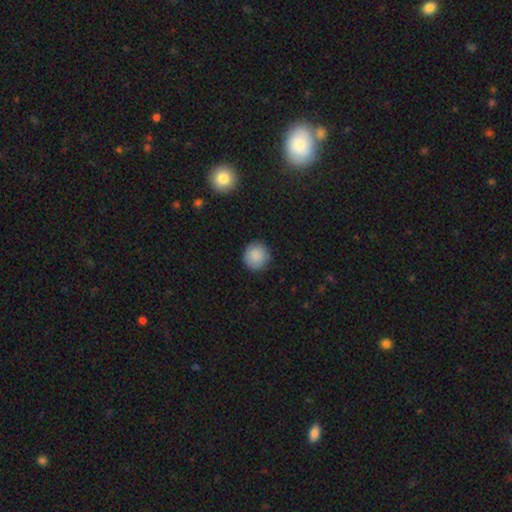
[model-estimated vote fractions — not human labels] Morphology: type=smooth (88%); roundness=round (92%); merging=none (89%).